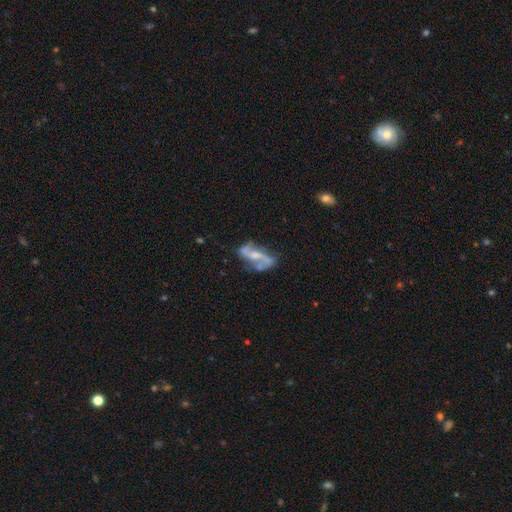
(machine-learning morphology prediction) Smooth or featured? Predicted: featured or disk (p=0.78). Edge-on disk? Predicted: no (p=0.93). Bar? Predicted: weak (p=0.39). Spiral arms? Predicted: yes (p=0.85). Spiral winding? Predicted: loose (p=0.61). Spiral arm count? Predicted: 2 (p=0.86). Bulge size? Predicted: moderate (p=0.40). Merging? Predicted: none (p=0.53).